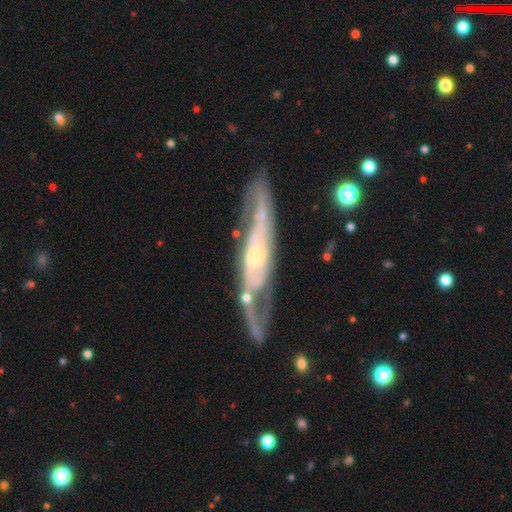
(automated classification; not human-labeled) This appears to be a featured or disk galaxy (84%) with no bar (47%), spiral arms (88%) and a moderate central bulge (44%). Merging: none (63%).